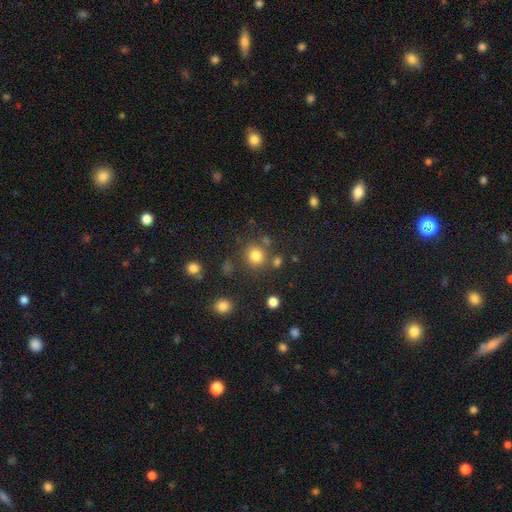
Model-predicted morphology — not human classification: This is likely a smooth galaxy (80%). How rounded: clearly round (88%). Merging: likely none (78%).